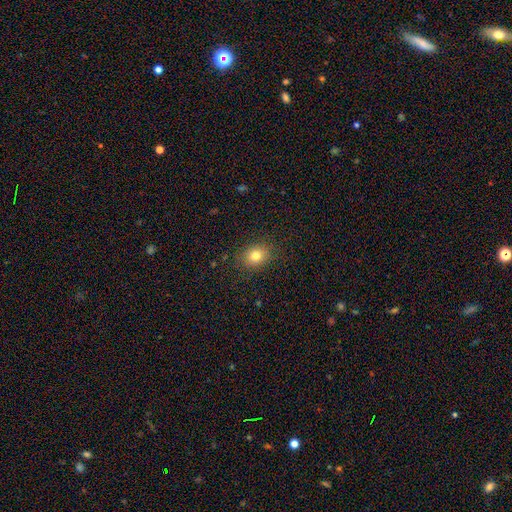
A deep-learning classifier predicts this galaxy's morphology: Smooth or featured: smooth — 80% (star or artifact — 12%)
How rounded: round — 52% (in between — 47%)
Merging: none — 87% (minor disturbance — 9%)